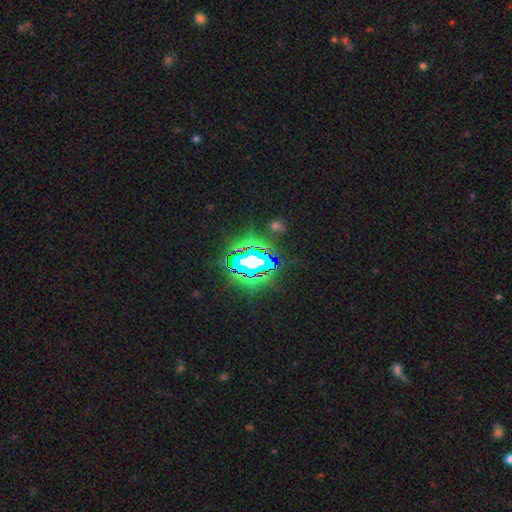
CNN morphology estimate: Smooth or featured? Predicted: star or artifact (p=0.84).